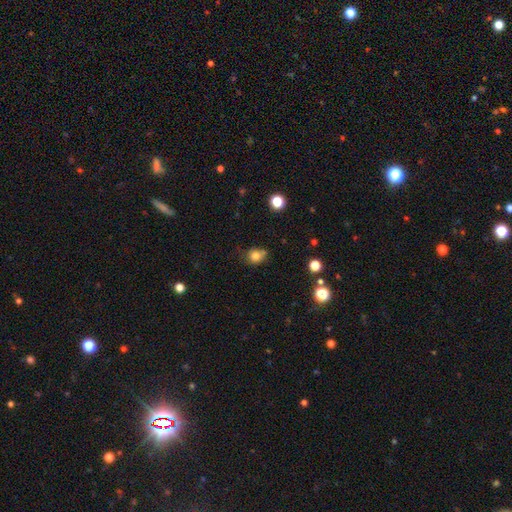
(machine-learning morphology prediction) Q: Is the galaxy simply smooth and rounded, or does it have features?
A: smooth — 80%.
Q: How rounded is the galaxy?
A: round — 70%.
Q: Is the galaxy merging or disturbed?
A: none — 56%.